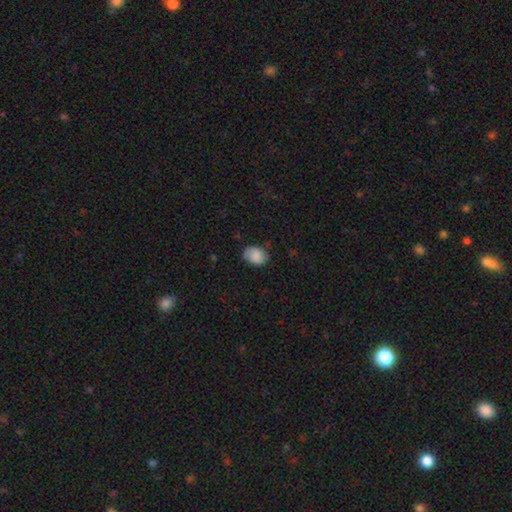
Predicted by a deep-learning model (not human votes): smooth 83%, featured or disk 9%, star or artifact 8%. Down the decision tree: how rounded — in between (67%); merging — none (68%).